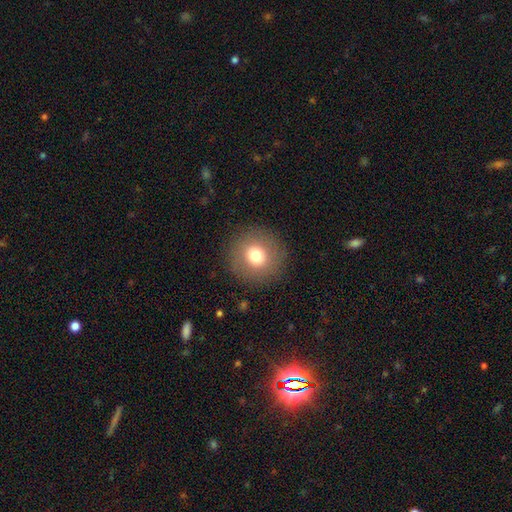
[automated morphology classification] smooth_or_featured: smooth (p=0.75) [alt: featured or disk p=0.14]
how_rounded: round (p=0.94) [alt: in between p=0.05]
merging: none (p=0.90) [alt: minor disturbance p=0.06]